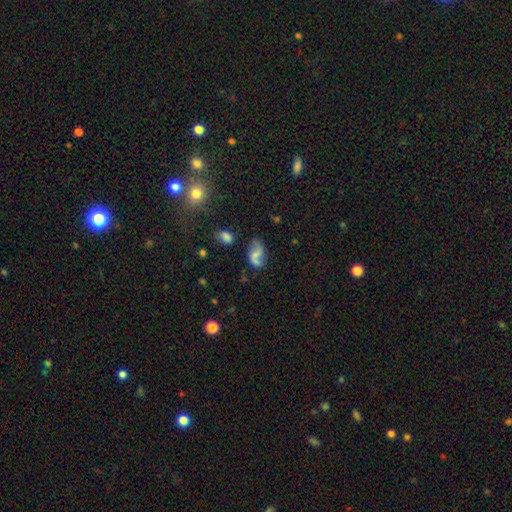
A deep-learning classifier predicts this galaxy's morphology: smooth_or_featured: featured or disk (p=0.53) [alt: smooth p=0.36]
disk_edge_on: no (p=0.96) [alt: yes p=0.04]
bar: no (p=0.42) [tied with: weak p=0.42]
has_spiral_arms: yes (p=0.83) [alt: no p=0.17]
bulge_size: none (p=0.37) [tied with: small p=0.37]
merging: none (p=0.59) [alt: minor disturbance p=0.23]